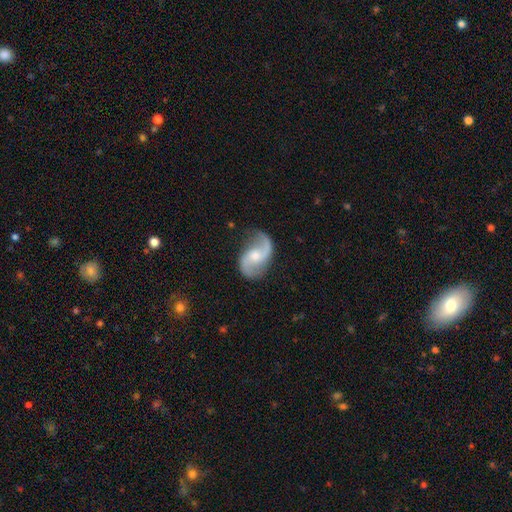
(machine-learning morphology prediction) smooth-or-featured: featured or disk: 89% | smooth: 7% | star or artifact: 4%
  disk-edge-on: no: 98% | yes: 2%
    bar: no: 51% | weak: 40% | strong: 9%
    has-spiral-arms: yes: 97% | no: 3%
      spiral-winding: loose: 63% | medium: 31% | tight: 6%
      spiral-arm-count: 2: 93% | 1: 3% | can't tell: 2% | 3: 1% | 4: 1% | more than 4: 1%
    bulge-size: moderate: 54% | small: 38% | large: 4% | none: 3% | dominant: 1%
  merging: none: 78% | minor disturbance: 15% | major disturbance: 5% | merger: 2%